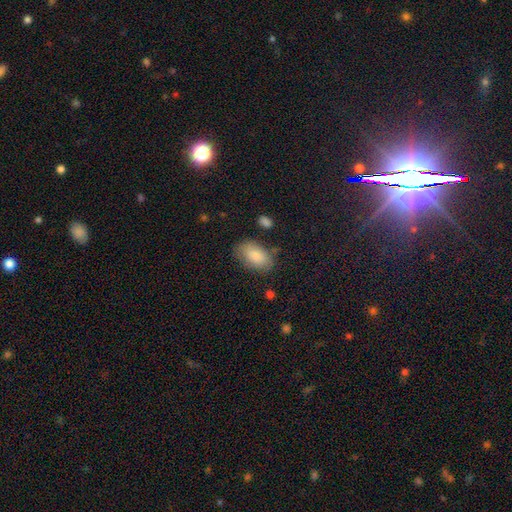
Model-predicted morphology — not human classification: A smooth galaxy with no disk features (85%) that is in between round and cigar-shaped (93%). Merging: none (72%).